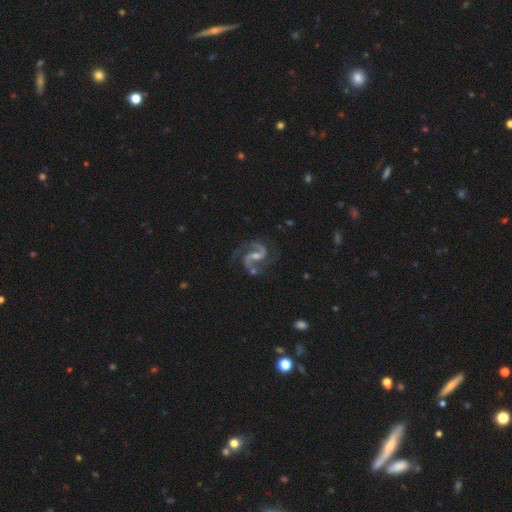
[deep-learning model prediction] smooth-or-featured: featured or disk: 93% | star or artifact: 4% | smooth: 3%
  disk-edge-on: no: 98% | yes: 2%
    bar: weak: 48% | strong: 28% | no: 24%
    has-spiral-arms: yes: 99% | no: 1%
      spiral-winding: medium: 65% | loose: 23% | tight: 12%
      spiral-arm-count: 2: 93% | 3: 2% | can't tell: 1% | 1: 1% | 4: 1% | more than 4: 1%
    bulge-size: small: 47% | moderate: 41% | none: 8% | large: 2% | dominant: 1%
  merging: none: 70% | minor disturbance: 17% | major disturbance: 9% | merger: 4%